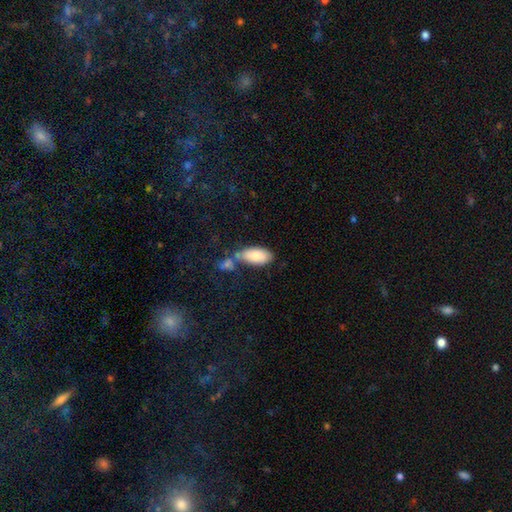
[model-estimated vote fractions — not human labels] Smooth or featured?
  - smooth: 81% *
  - featured or disk: 12%
  - star or artifact: 6%
How rounded?
  - in between: 93% *
  - cigar-shaped: 5%
  - round: 2%
Merging?
  - none: 54% *
  - merger: 22%
  - minor disturbance: 18%
  - major disturbance: 6%